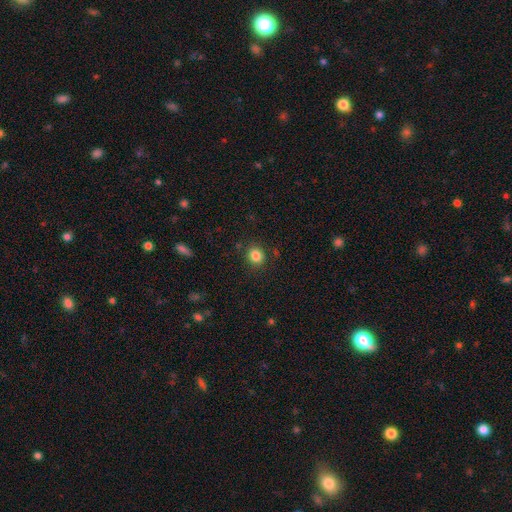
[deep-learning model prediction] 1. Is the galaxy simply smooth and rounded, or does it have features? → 83% smooth, 11% star or artifact, 5% featured or disk.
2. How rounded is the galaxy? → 76% round, 23% in between, 1% cigar-shaped.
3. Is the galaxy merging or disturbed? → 87% none, 8% minor disturbance, 3% major disturbance, 2% merger.